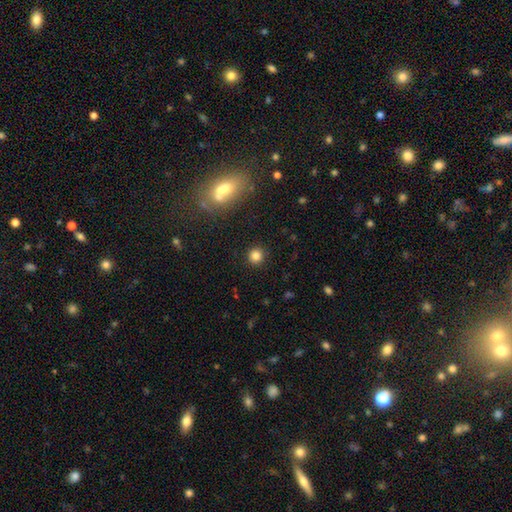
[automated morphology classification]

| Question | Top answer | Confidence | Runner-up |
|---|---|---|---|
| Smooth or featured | smooth | 82% | star or artifact (13%) |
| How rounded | round | 92% | in between (7%) |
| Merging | none | 91% | minor disturbance (5%) |